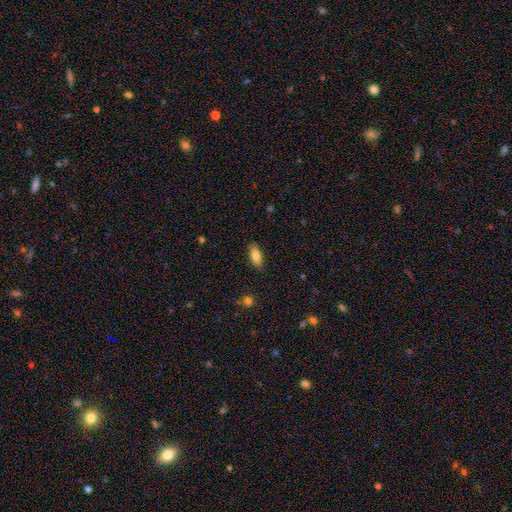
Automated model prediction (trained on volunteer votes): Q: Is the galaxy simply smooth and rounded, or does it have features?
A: smooth — 80%.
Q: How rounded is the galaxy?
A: in between — 82%.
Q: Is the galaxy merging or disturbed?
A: none — 87%.